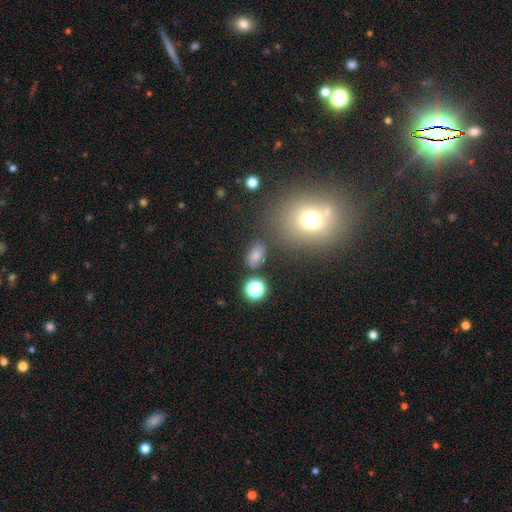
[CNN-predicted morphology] This is likely a smooth galaxy (75%). How rounded: clearly in between (82%). Merging: likely none (77%).